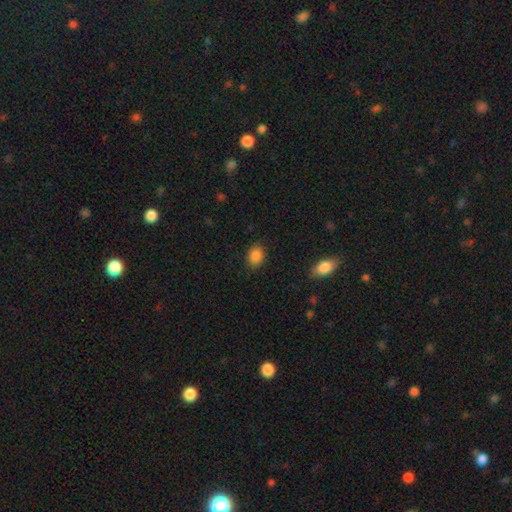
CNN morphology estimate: A smooth galaxy with no disk features (87%) that is in between round and cigar-shaped (66%).

Vote fractions:
- Smooth or featured? smooth: 87% / star or artifact: 9% / featured or disk: 4%
- How rounded? in between: 66% / round: 33% / cigar-shaped: 1%
- Merging? none: 85% / minor disturbance: 11% / major disturbance: 3% / merger: 1%